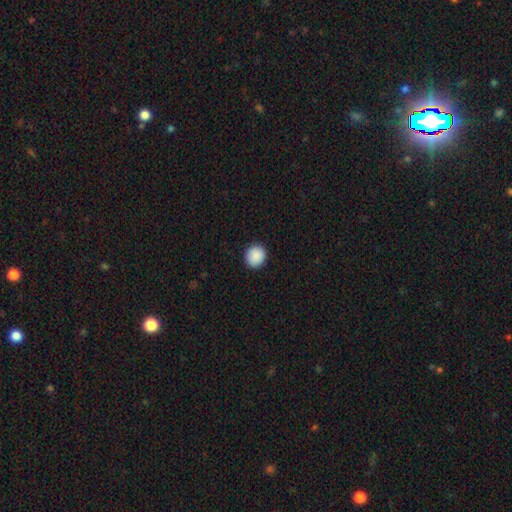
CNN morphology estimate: This appears to be a smooth galaxy with no disk features (90%) that is round (86%). Merging: none (91%).